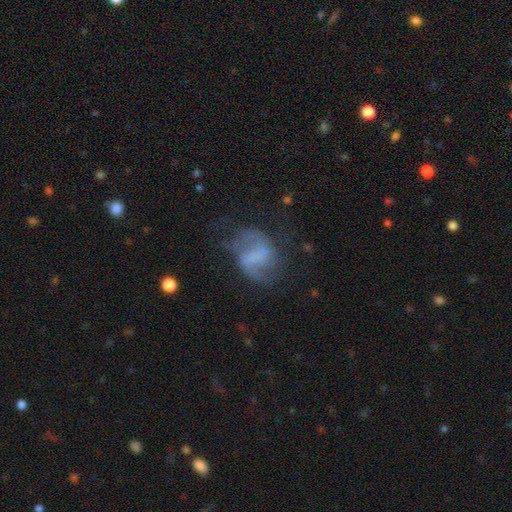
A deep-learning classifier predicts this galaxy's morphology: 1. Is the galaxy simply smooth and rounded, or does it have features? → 69% featured or disk, 21% smooth, 10% star or artifact.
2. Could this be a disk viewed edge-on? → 97% no, 3% yes.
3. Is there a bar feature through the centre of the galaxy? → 43% weak, 31% no, 26% strong.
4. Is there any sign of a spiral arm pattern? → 81% yes, 19% no.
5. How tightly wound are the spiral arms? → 46% loose, 41% medium, 13% tight.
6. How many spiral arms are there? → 80% 2, 10% can't tell, 4% 1, 3% 3, 1% 4, 1% more than 4.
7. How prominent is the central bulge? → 59% none, 20% small, 13% moderate, 7% large, 2% dominant.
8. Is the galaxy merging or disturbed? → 50% none, 25% major disturbance, 21% minor disturbance, 4% merger.